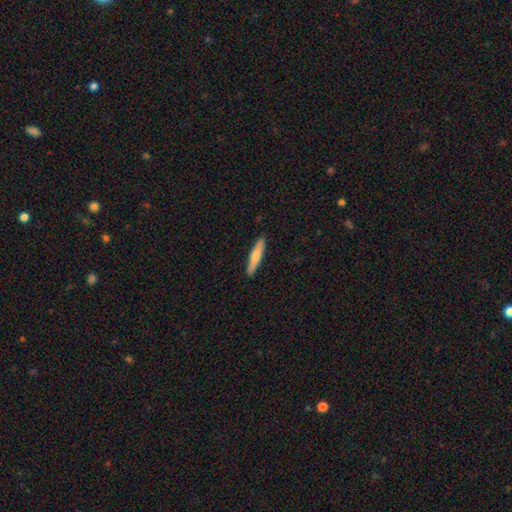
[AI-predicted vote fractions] smooth-or-featured: smooth: 58% | featured or disk: 36% | star or artifact: 5%
  how-rounded: cigar-shaped: 90% | in between: 8% | round: 1%
  merging: none: 91% | minor disturbance: 6% | major disturbance: 1% | merger: 1%